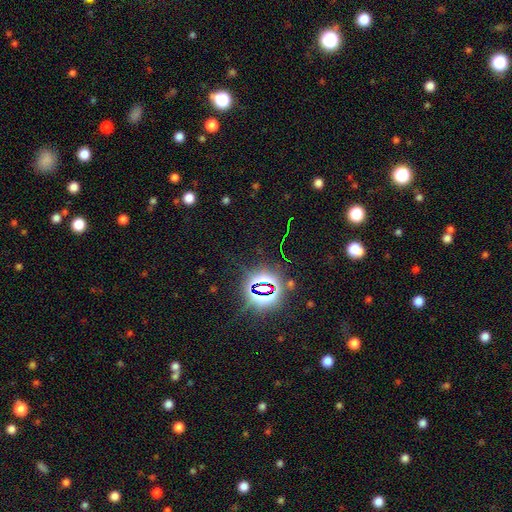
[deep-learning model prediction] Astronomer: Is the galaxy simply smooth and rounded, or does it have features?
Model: star or artifact — 81%.